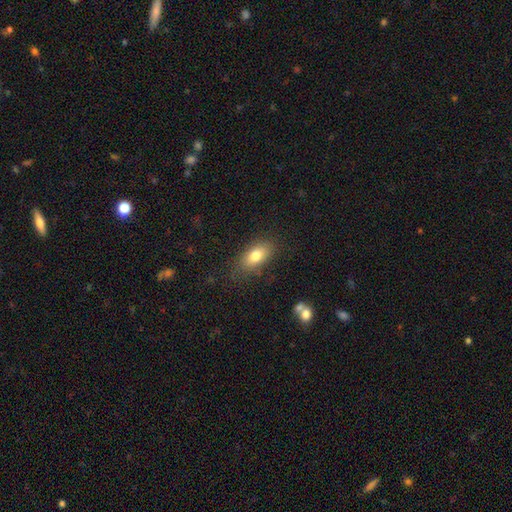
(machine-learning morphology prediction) This appears to be a smooth galaxy with no disk features (77%) that is in between round and cigar-shaped (86%). Merging: none (79%).